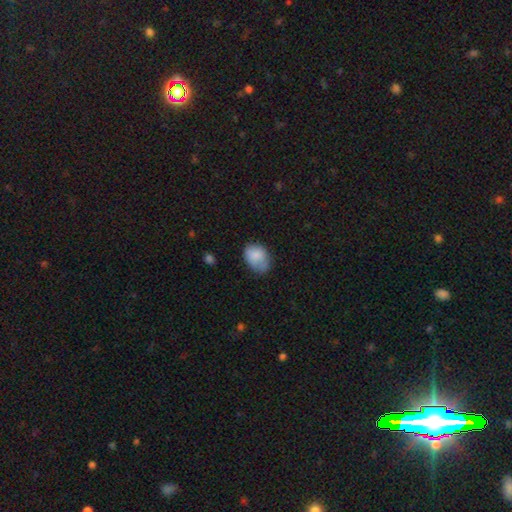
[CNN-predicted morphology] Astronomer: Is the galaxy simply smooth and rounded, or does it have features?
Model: smooth — 83%.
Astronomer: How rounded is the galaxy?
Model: in between — 75%.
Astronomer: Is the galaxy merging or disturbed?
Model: none — 52% (runner-up: minor disturbance, 35%).